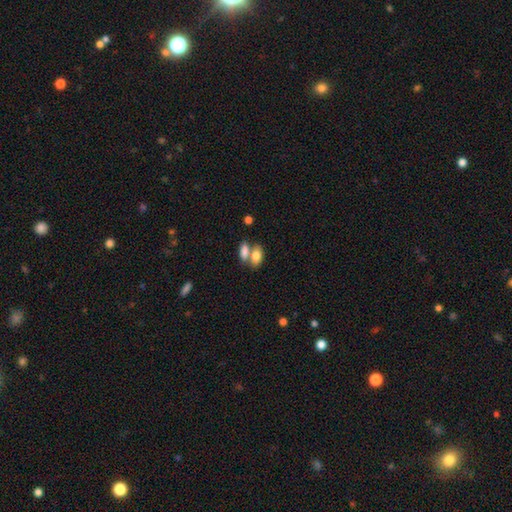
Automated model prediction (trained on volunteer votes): Morphology: type=smooth (80%); roundness=in between (89%); merging=merger (57%).